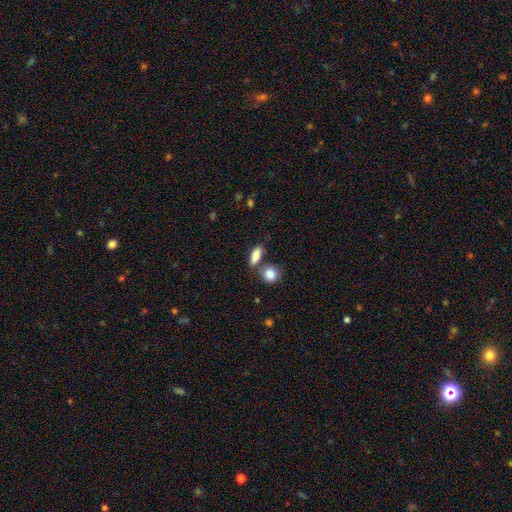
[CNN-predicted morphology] Smooth or featured? Predicted: smooth (p=0.86). How rounded? Predicted: in between (p=0.67). Merging? Predicted: none (p=0.64).